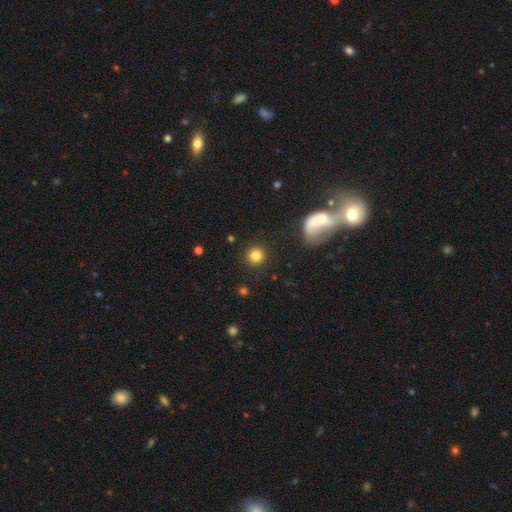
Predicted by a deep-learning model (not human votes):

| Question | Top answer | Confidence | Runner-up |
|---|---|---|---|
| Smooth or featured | smooth | 83% | star or artifact (11%) |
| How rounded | round | 93% | in between (6%) |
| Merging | none | 90% | minor disturbance (6%) |